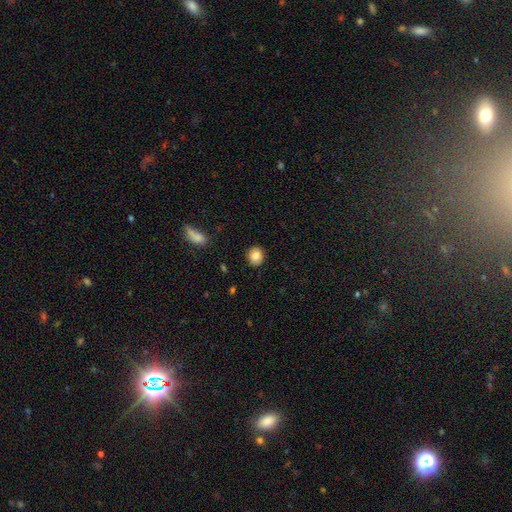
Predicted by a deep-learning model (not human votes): Smooth or featured? smooth (85%)
How rounded? round (74%)
Merging? none (88%)